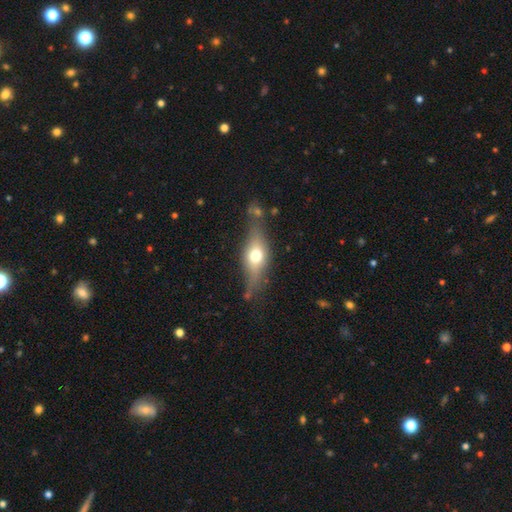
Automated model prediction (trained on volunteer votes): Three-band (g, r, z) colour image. It shows a featured or disk galaxy (48%). Merging: none (69%).